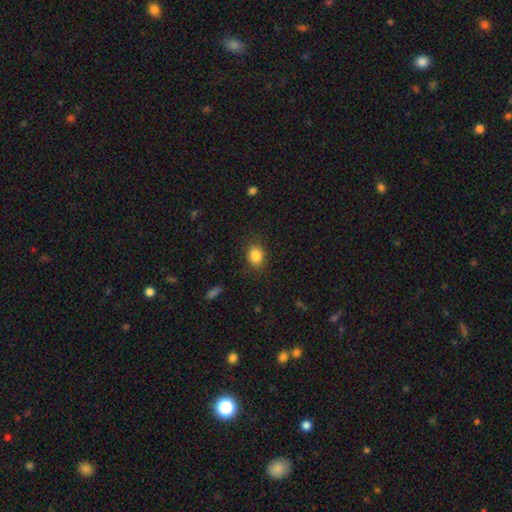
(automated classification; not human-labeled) Smooth or featured?
  - smooth: 85% *
  - star or artifact: 10%
  - featured or disk: 5%
How rounded?
  - round: 56% *
  - in between: 43%
  - cigar-shaped: 1%
Merging?
  - none: 84% *
  - minor disturbance: 12%
  - major disturbance: 3%
  - merger: 1%